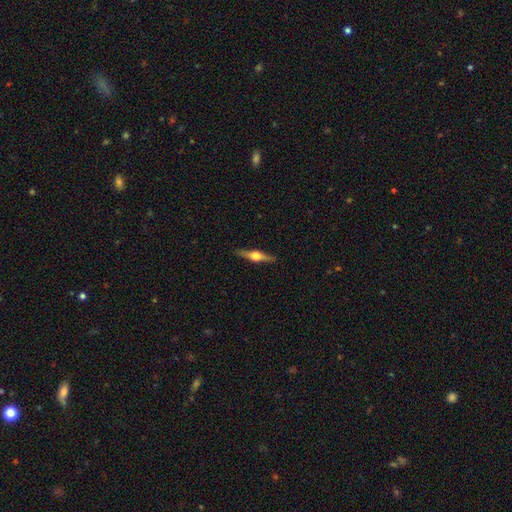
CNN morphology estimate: Overall: featured or disk (74%). Edge-on disk: yes (98%). Edge-on bulge: rounded (95%). Merging: none (91%).